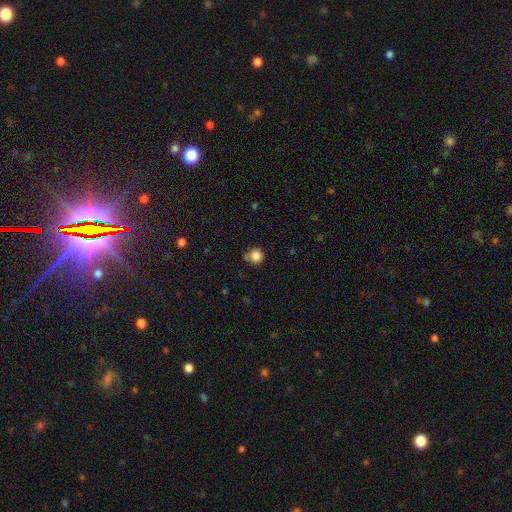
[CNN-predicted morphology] This is clearly a smooth galaxy (84%). How rounded: clearly round (90%). Merging: likely none (67%).